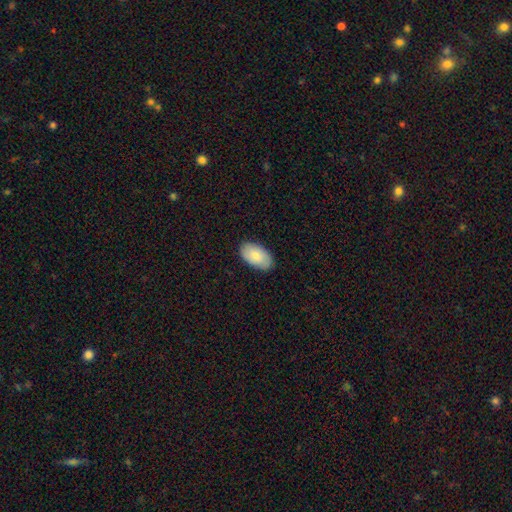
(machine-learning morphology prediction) A smooth galaxy with no disk features (81%) that is in between round and cigar-shaped (95%).

Vote fractions:
- Smooth or featured? smooth: 81% / featured or disk: 13% / star or artifact: 6%
- How rounded? in between: 95% / round: 3% / cigar-shaped: 1%
- Merging? none: 86% / minor disturbance: 11% / major disturbance: 2% / merger: 1%